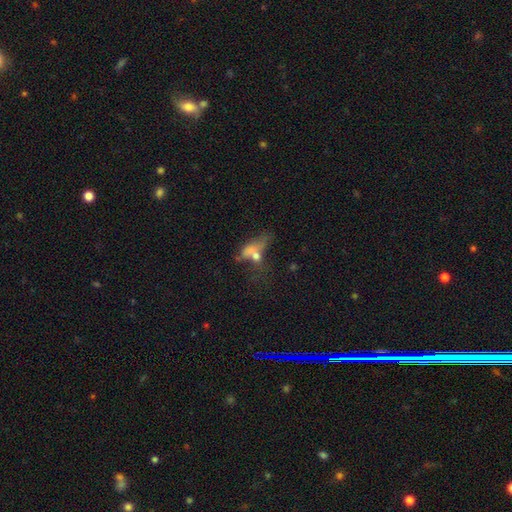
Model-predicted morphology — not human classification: A smooth galaxy with no disk features (45%). Merging: major disturbance (36%).